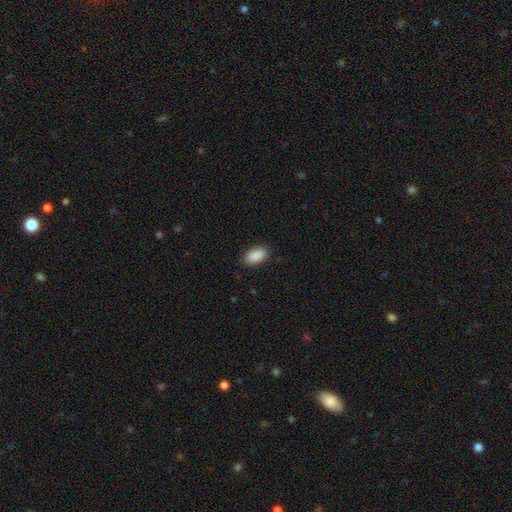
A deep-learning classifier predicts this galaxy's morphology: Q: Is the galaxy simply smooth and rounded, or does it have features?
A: smooth — 90%.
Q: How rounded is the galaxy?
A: in between — 93%.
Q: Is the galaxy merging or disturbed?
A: none — 88%.